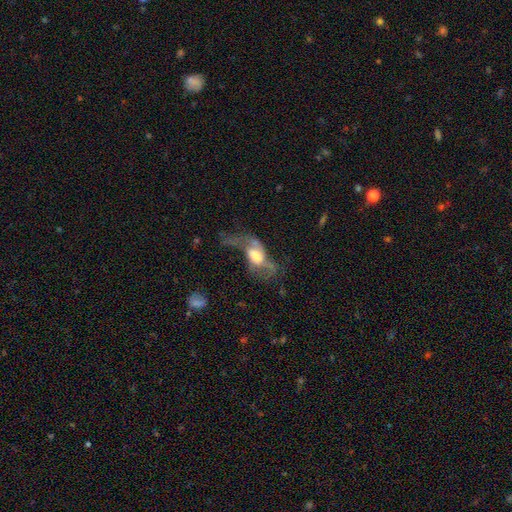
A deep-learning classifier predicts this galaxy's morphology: A featured or disk galaxy (62%) with no bar (62%), spiral arms (62%) and a large central bulge (43%). Merging: major disturbance (59%).